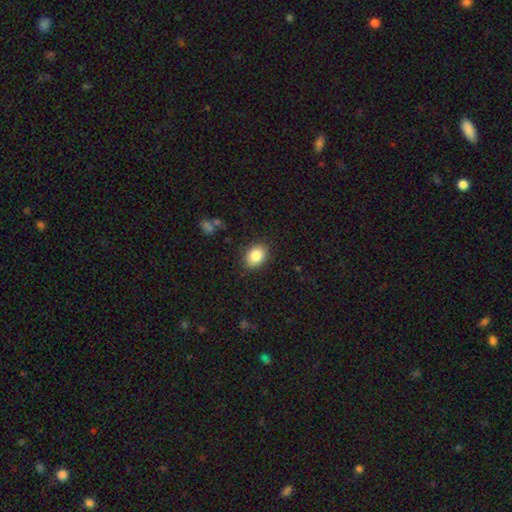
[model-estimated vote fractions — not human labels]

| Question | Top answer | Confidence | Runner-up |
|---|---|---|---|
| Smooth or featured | smooth | 86% | star or artifact (8%) |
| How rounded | in between | 68% | round (31%) |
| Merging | none | 87% | minor disturbance (9%) |